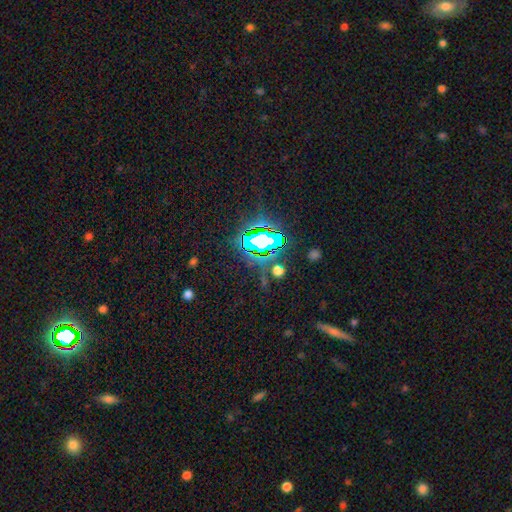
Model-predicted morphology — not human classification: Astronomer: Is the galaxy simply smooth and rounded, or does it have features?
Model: star or artifact — 79%.